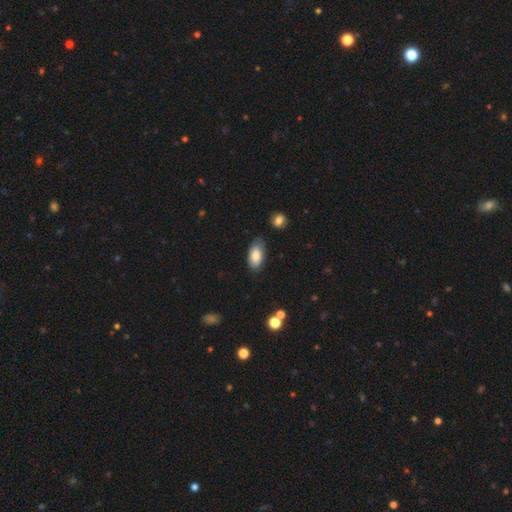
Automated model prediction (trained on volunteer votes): The model was most divided on "merging": none: 77%, minor disturbance: 18%, major disturbance: 3%, merger: 2%. More confident: how rounded — in between (93%); smooth or featured — smooth (79%).